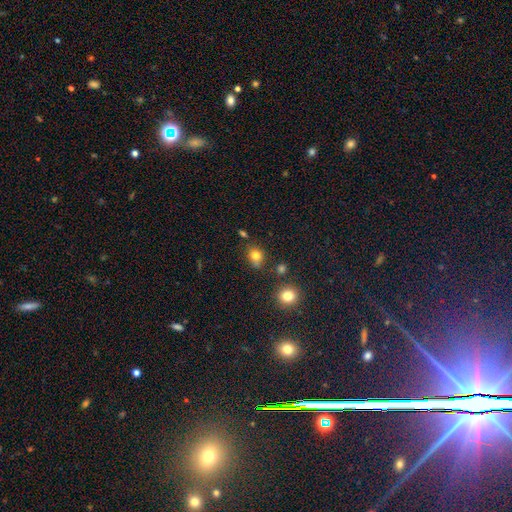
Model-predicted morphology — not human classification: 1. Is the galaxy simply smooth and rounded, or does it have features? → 79% smooth, 14% star or artifact, 7% featured or disk.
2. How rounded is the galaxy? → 64% round, 34% in between, 1% cigar-shaped.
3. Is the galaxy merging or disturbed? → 69% none, 19% minor disturbance, 7% merger, 5% major disturbance.